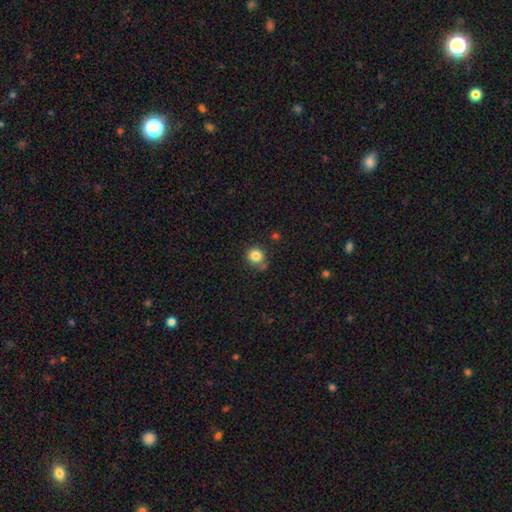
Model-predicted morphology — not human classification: A smooth galaxy with no disk features (84%) that is round (90%). Merging: none (73%).